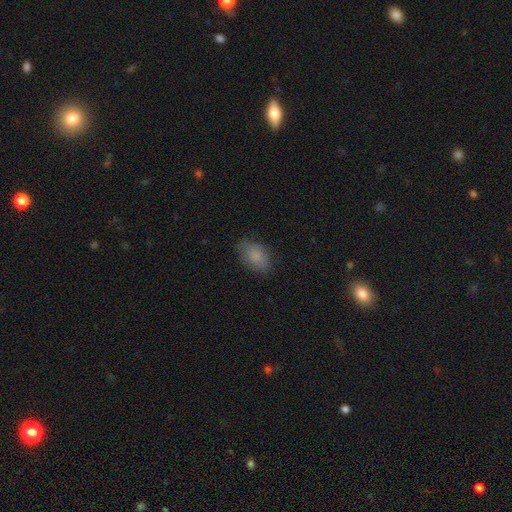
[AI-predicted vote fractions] smooth 82%, featured or disk 9%, star or artifact 8%. Down the decision tree: how rounded — in between (87%); merging — none (75%).